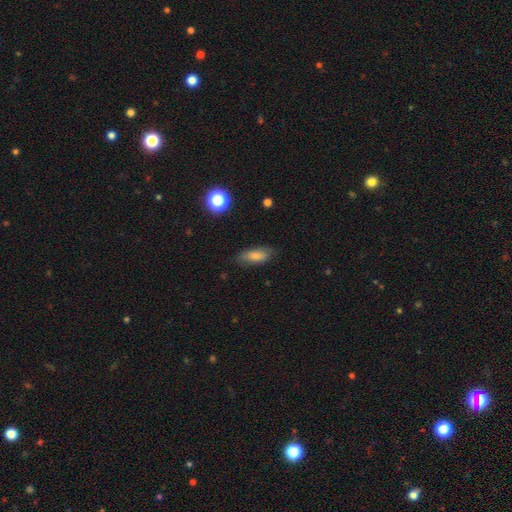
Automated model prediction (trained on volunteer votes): Smooth or featured?
  - smooth: 80% *
  - featured or disk: 11%
  - star or artifact: 9%
How rounded?
  - in between: 75% *
  - cigar-shaped: 21%
  - round: 3%
Merging?
  - none: 79% *
  - minor disturbance: 16%
  - major disturbance: 4%
  - merger: 1%